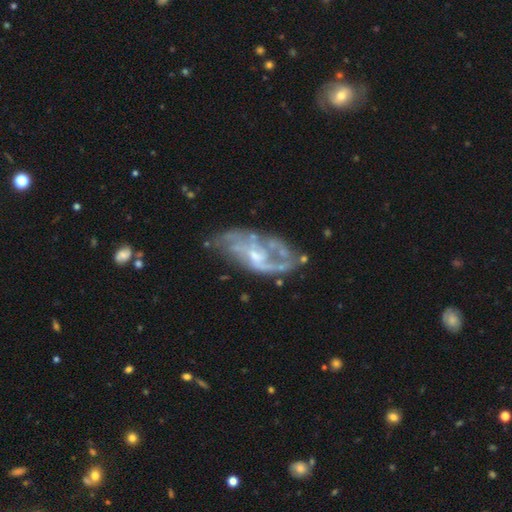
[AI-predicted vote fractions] Smooth or featured? featured or disk (82%)
Edge-on disk? no (95%)
Bar? no (56%)
Spiral arms? yes (79%)
Spiral winding? medium (42%)
Spiral arm count? 2 (36%)
Bulge size? small (52%)
Merging? none (51%)